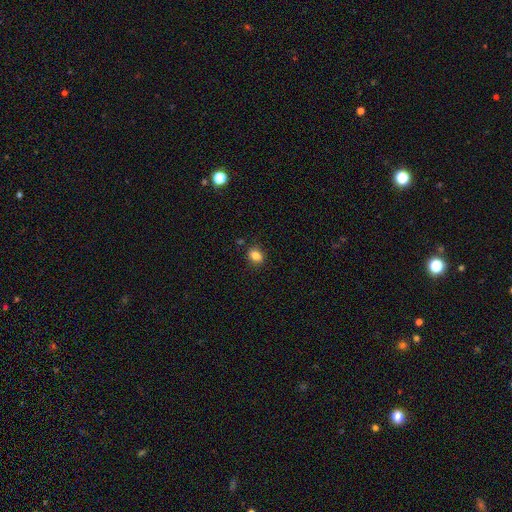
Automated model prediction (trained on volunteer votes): smooth-or-featured: smooth: 83% | star or artifact: 11% | featured or disk: 6%
  how-rounded: in between: 57% | round: 42% | cigar-shaped: 1%
  merging: none: 85% | minor disturbance: 10% | major disturbance: 2% | merger: 2%